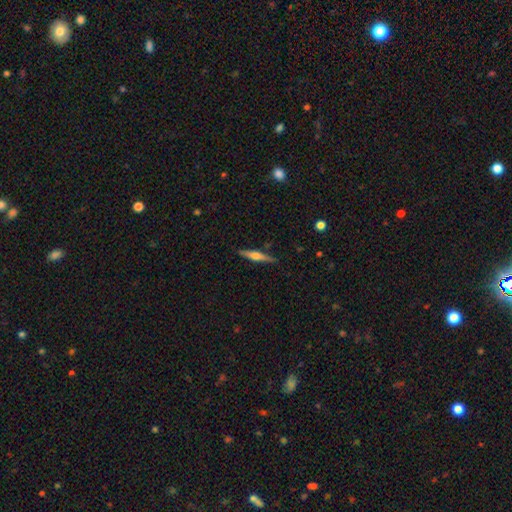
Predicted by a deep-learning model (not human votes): Smooth or featured? featured or disk (61%)
Edge-on disk? yes (97%)
Edge-on bulge? rounded (84%)
Merging? none (87%)